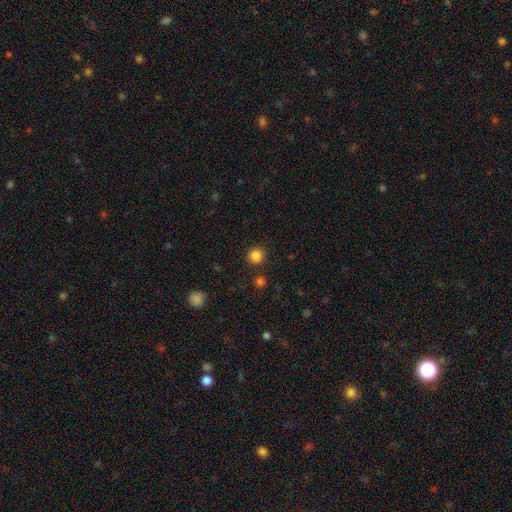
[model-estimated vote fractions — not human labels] A smooth galaxy with no disk features (85%) that is round (93%).

Vote fractions:
- Smooth or featured? smooth: 85% / star or artifact: 12% / featured or disk: 4%
- How rounded? round: 93% / in between: 6% / cigar-shaped: 1%
- Merging? none: 89% / minor disturbance: 6% / merger: 3% / major disturbance: 2%